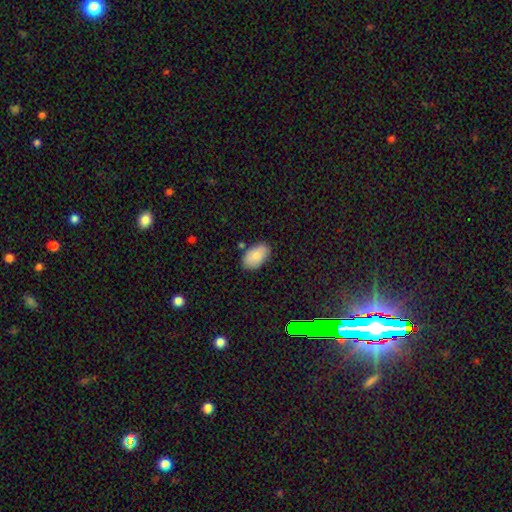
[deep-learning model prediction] Overall: smooth (86%). How rounded: in between (94%). Merging: none (82%).